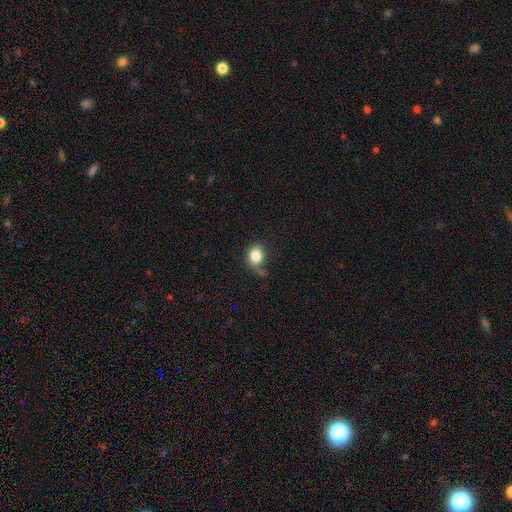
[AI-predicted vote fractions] smooth_or_featured: smooth (p=0.83) [alt: star or artifact p=0.09]
how_rounded: round (p=0.50) [alt: in between p=0.49]
merging: none (p=0.54) [alt: minor disturbance p=0.26]